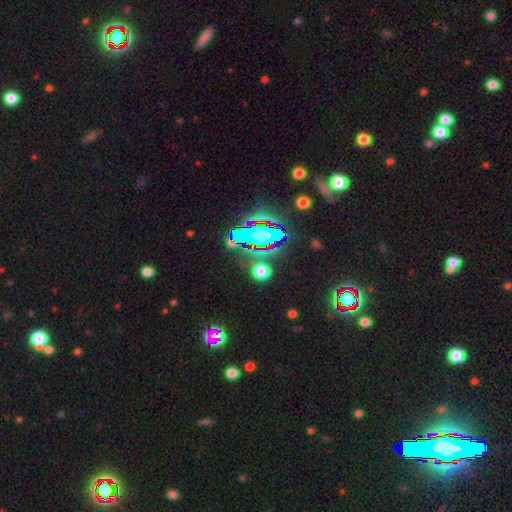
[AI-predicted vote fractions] A star or artifact, not a galaxy (81%).

Vote fractions:
- Smooth or featured? star or artifact: 81% / smooth: 11% / featured or disk: 8%